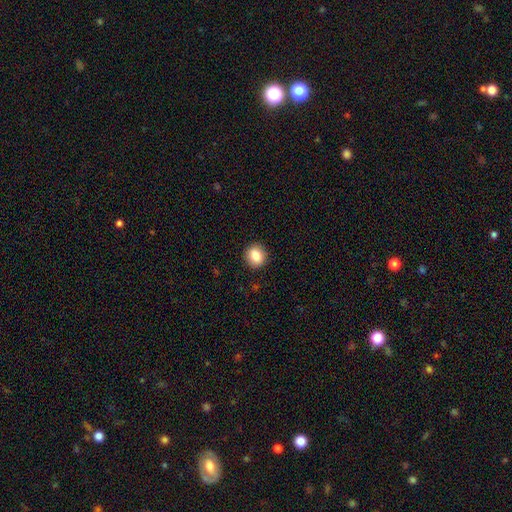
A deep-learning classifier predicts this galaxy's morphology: smooth_or_featured: smooth (p=0.84) [alt: star or artifact p=0.09]
how_rounded: round (p=0.82) [alt: in between p=0.17]
merging: none (p=0.91) [alt: minor disturbance p=0.06]